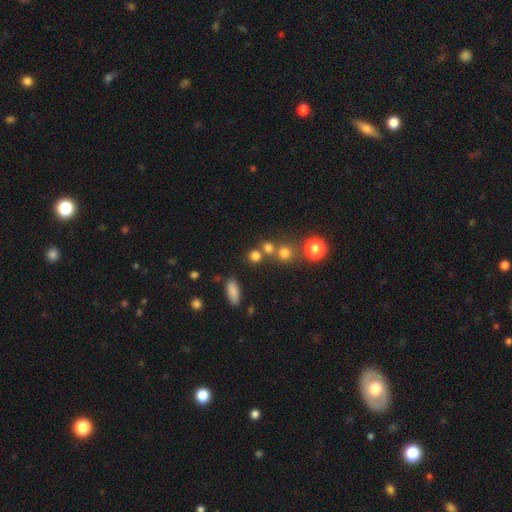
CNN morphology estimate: Smooth or featured?
  - smooth: 74% *
  - star or artifact: 18%
  - featured or disk: 8%
How rounded?
  - round: 84% *
  - in between: 14%
  - cigar-shaped: 2%
Merging?
  - none: 62% *
  - merger: 25%
  - minor disturbance: 8%
  - major disturbance: 4%